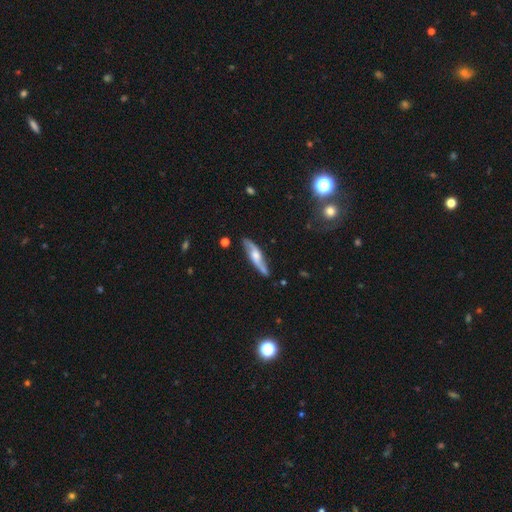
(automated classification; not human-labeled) A featured or disk galaxy (63%) viewed edge-on (52%).

Vote fractions:
- Smooth or featured? featured or disk: 63% / smooth: 31% / star or artifact: 5%
- Edge-on disk? yes: 52% / no: 48%
- Merging? none: 78% / minor disturbance: 16% / major disturbance: 3% / merger: 3%